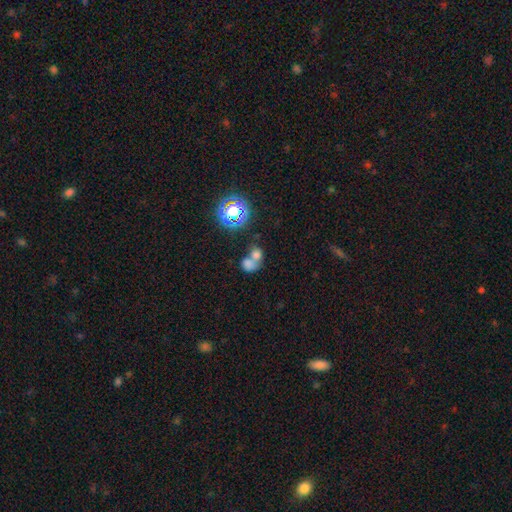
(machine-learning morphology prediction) Smooth or featured?
  - smooth: 67% *
  - star or artifact: 19%
  - featured or disk: 14%
How rounded?
  - round: 58% *
  - in between: 41%
  - cigar-shaped: 1%
Merging?
  - merger: 63% *
  - none: 25%
  - minor disturbance: 7%
  - major disturbance: 5%